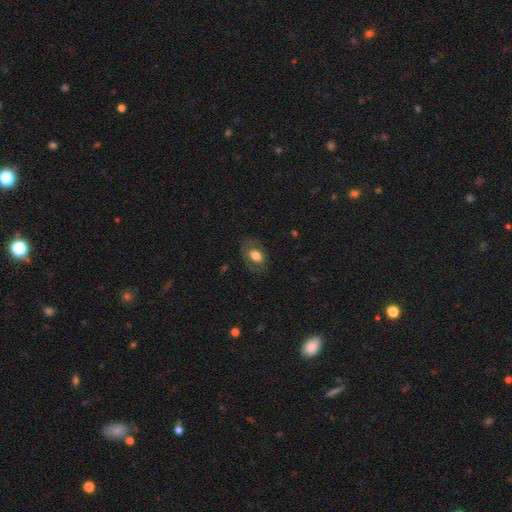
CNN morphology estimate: smooth 62%, featured or disk 30%, star or artifact 8%. Down the decision tree: how rounded — in between (81%); merging — none (75%).